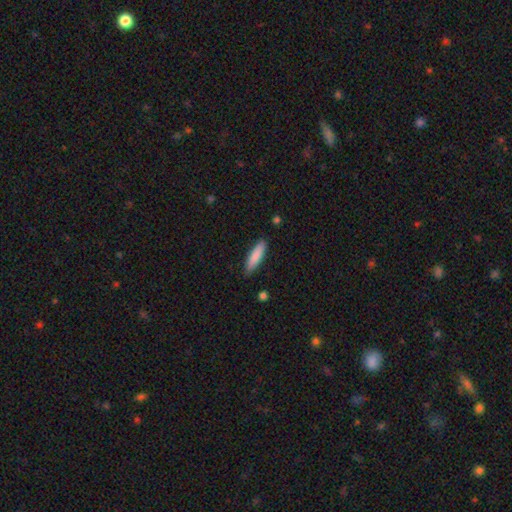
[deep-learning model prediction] smooth 84%, featured or disk 10%, star or artifact 6%. Down the decision tree: how rounded — cigar-shaped (71%); merging — none (86%).